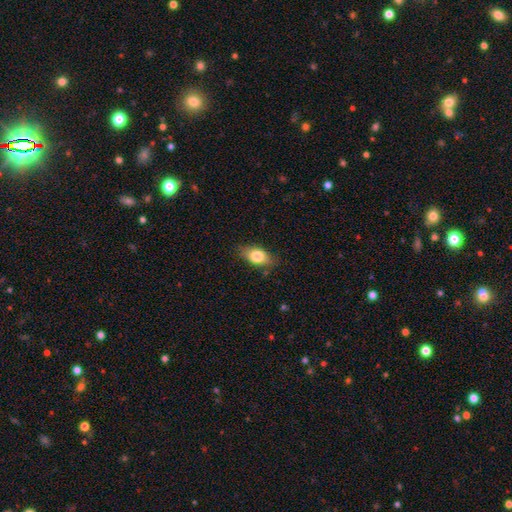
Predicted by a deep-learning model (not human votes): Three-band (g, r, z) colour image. It shows a smooth galaxy with no disk features (79%) that is in between round and cigar-shaped (84%). Merging: none (79%).